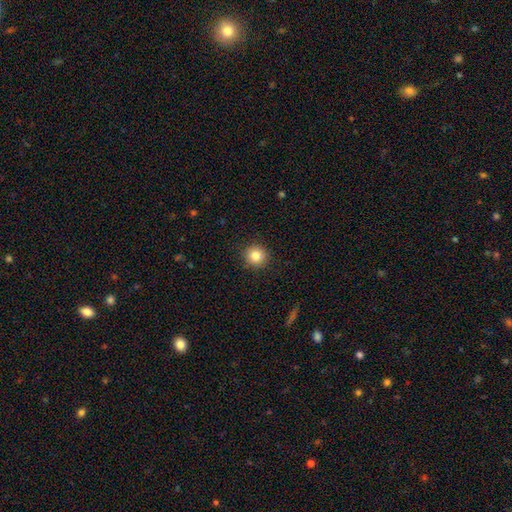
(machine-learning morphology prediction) The model was most divided on "smooth or featured": smooth: 84%, star or artifact: 10%, featured or disk: 6%. More confident: how rounded — round (93%); merging — none (91%).